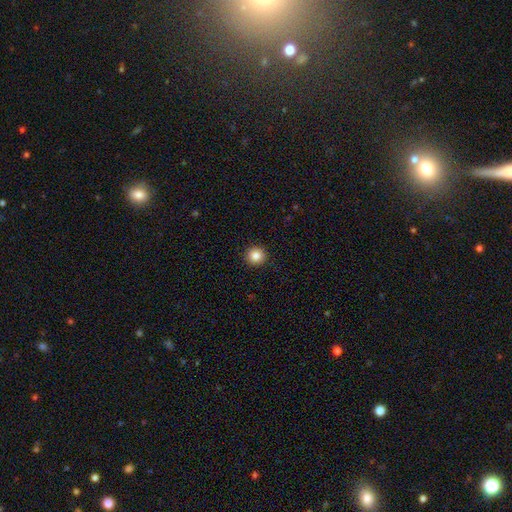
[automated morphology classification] Q: Smooth or featured?
A: smooth (85%); runner-up: star or artifact (10%)
Q: How rounded?
A: round (94%); runner-up: in between (5%)
Q: Merging?
A: none (93%); runner-up: minor disturbance (5%)